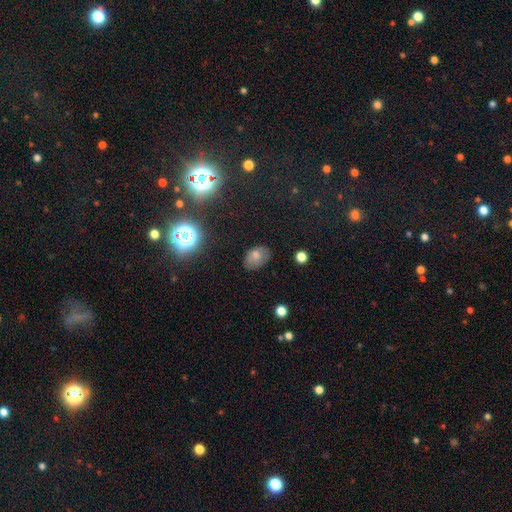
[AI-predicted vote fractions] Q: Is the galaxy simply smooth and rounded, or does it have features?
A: smooth — 69%.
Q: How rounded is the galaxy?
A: in between — 83%.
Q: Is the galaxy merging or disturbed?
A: none — 72%.